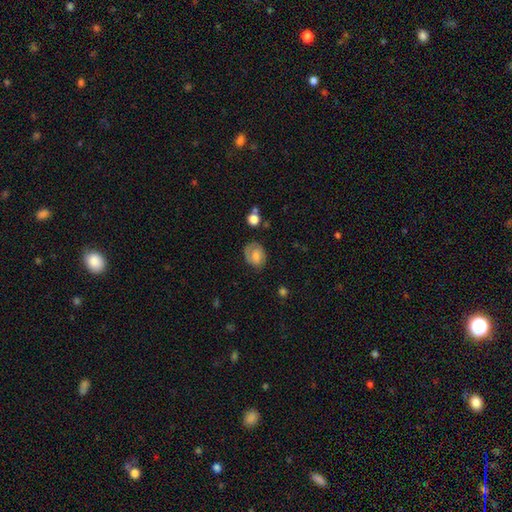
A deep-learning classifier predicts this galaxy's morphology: Overall: smooth (55%; featured or disk 37%). How rounded: in between (60%; round 39%). Merging: none (65%).